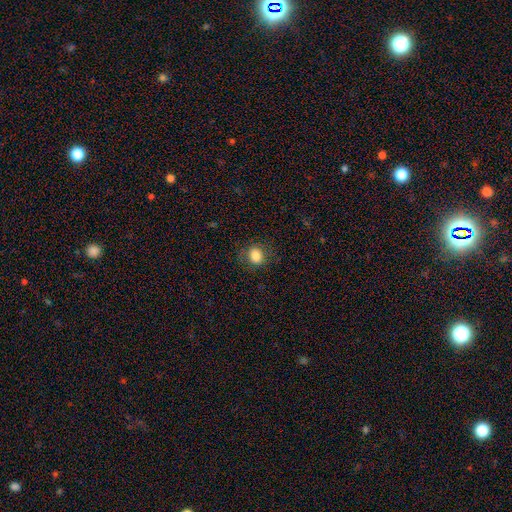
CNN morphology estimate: smooth_or_featured: smooth (p=0.83) [alt: star or artifact p=0.10]
how_rounded: round (p=0.63) [alt: in between p=0.36]
merging: none (p=0.82) [alt: minor disturbance p=0.12]